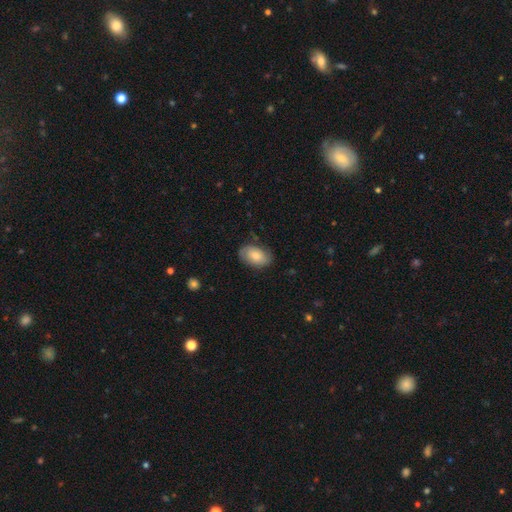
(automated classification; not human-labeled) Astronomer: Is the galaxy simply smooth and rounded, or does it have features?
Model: smooth — 63%.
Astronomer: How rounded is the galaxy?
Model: in between — 89%.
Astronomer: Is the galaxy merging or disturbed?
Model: none — 73%.